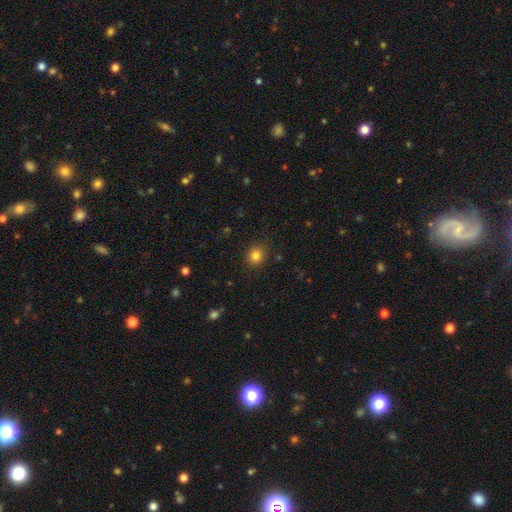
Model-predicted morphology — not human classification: Smooth or featured: smooth — 83% (star or artifact — 12%)
How rounded: round — 77% (in between — 22%)
Merging: none — 87% (minor disturbance — 9%)